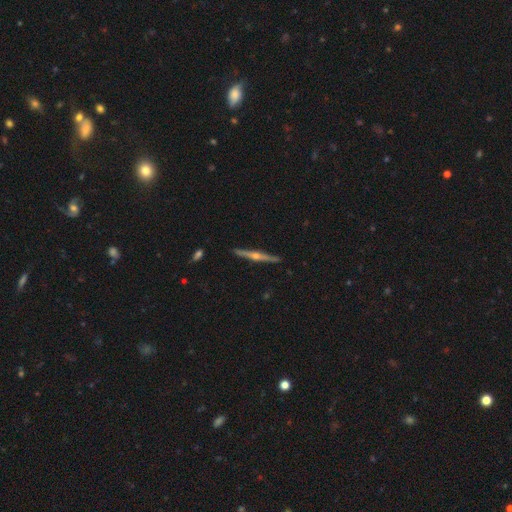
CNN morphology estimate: Smooth or featured?
  - featured or disk: 81% *
  - smooth: 13%
  - star or artifact: 6%
Edge-on disk?
  - yes: 98% *
  - no: 2%
Edge-on bulge?
  - rounded: 91% *
  - none: 5%
  - boxy: 4%
Merging?
  - none: 91% *
  - minor disturbance: 7%
  - major disturbance: 1%
  - merger: 1%